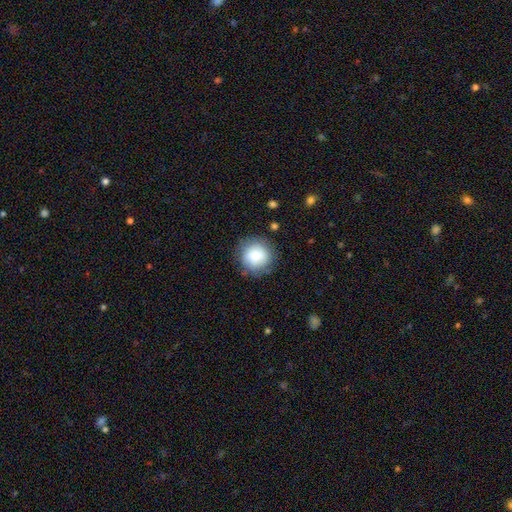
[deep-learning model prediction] The model was most divided on "merging": none: 82%, minor disturbance: 13%, major disturbance: 4%, merger: 2%. More confident: how rounded — round (92%); smooth or featured — smooth (81%).